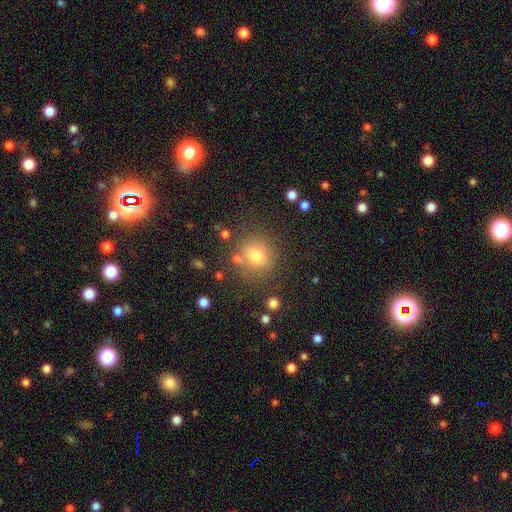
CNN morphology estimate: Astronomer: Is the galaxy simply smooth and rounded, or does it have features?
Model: smooth — 76%.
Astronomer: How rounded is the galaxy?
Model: round — 84%.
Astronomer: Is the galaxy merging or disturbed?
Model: none — 77%.